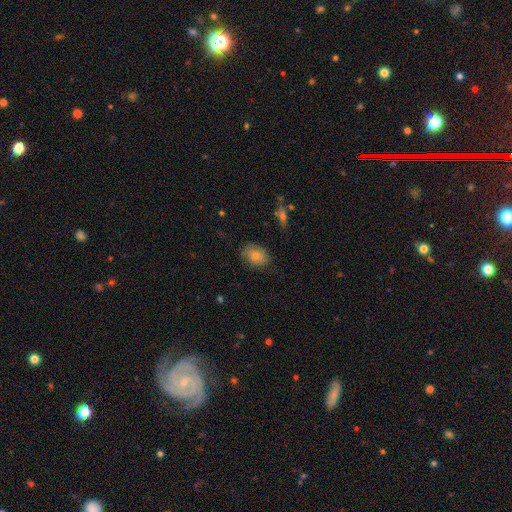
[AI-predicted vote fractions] This is likely a smooth galaxy (71%). How rounded: likely in between (63%). Merging: likely none (78%).